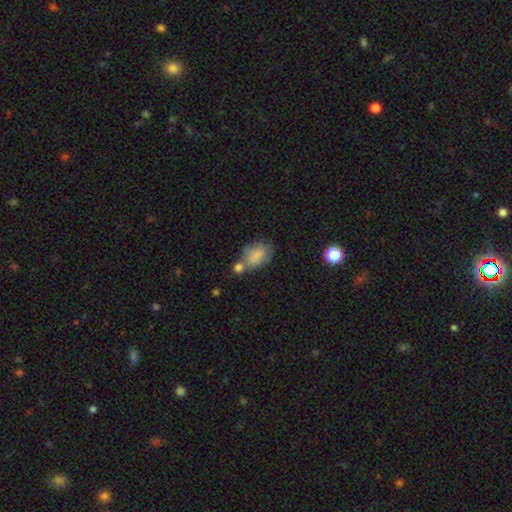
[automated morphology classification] This is likely a smooth galaxy (78%). How rounded: likely in between (77%). Merging: marginally none (35%, tied with merger).